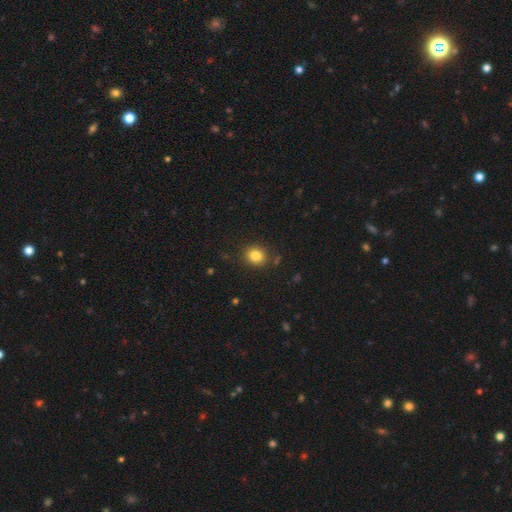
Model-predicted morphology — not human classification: Smooth or featured?
  - smooth: 83% *
  - star or artifact: 11%
  - featured or disk: 6%
How rounded?
  - round: 73% *
  - in between: 26%
  - cigar-shaped: 1%
Merging?
  - none: 87% *
  - minor disturbance: 9%
  - major disturbance: 2%
  - merger: 2%